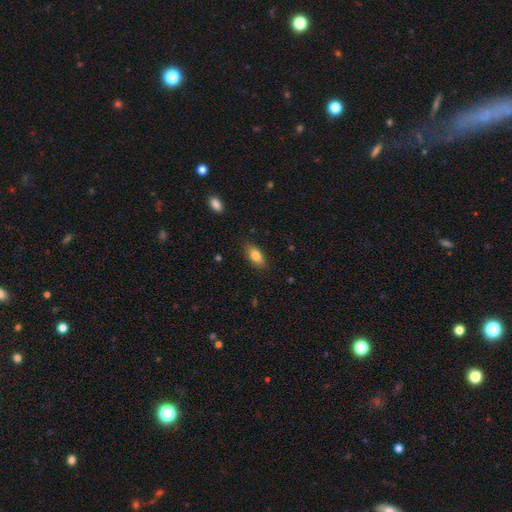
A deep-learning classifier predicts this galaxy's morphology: Smooth or featured? smooth (81%)
How rounded? in between (85%)
Merging? none (85%)